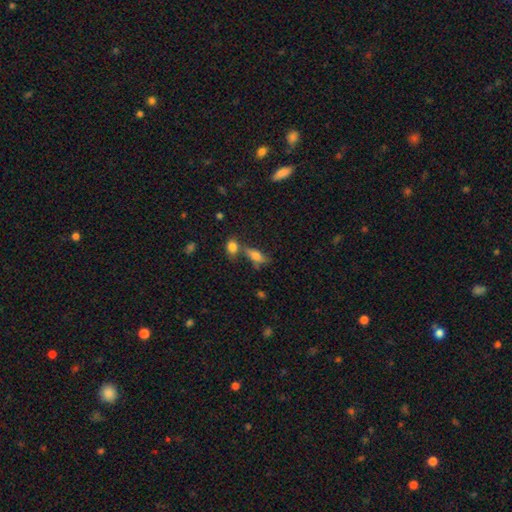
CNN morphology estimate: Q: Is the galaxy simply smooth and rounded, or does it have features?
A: smooth — 73%.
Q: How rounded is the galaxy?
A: in between — 72%.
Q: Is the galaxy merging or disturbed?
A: none — 49%.